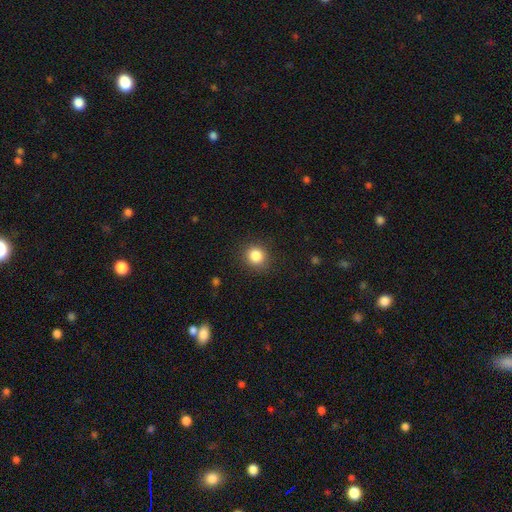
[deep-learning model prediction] Overall: smooth (85%). How rounded: round (87%). Merging: none (88%).